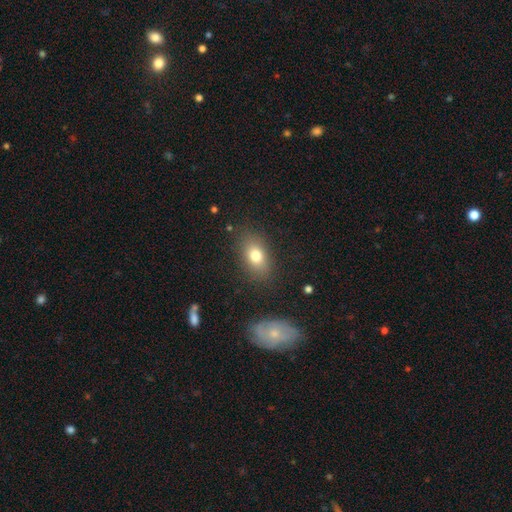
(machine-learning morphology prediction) Smooth or featured?
  - smooth: 77% *
  - featured or disk: 12%
  - star or artifact: 11%
How rounded?
  - in between: 81% *
  - round: 17%
  - cigar-shaped: 3%
Merging?
  - none: 84% *
  - minor disturbance: 11%
  - major disturbance: 4%
  - merger: 2%